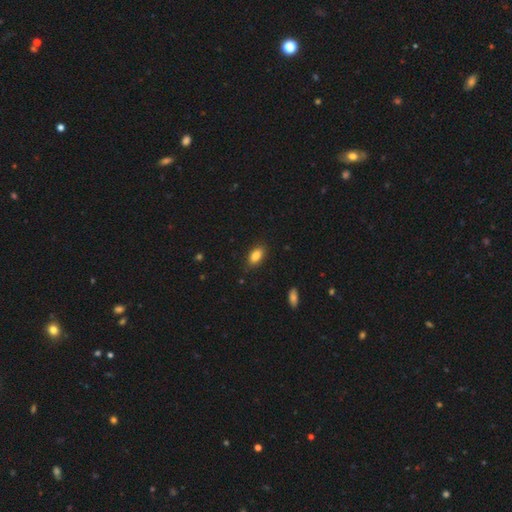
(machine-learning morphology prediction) Overall: smooth (86%). How rounded: in between (90%). Merging: none (85%).